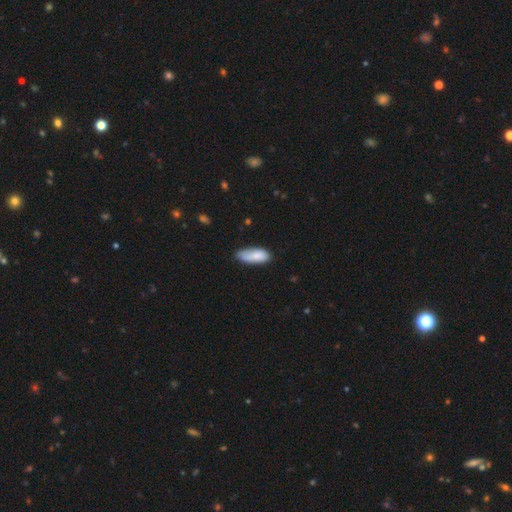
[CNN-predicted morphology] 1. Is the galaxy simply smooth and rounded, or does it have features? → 85% smooth, 9% featured or disk, 6% star or artifact.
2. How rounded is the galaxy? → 78% in between, 20% cigar-shaped, 2% round.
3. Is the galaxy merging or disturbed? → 66% none, 27% minor disturbance, 4% major disturbance, 2% merger.